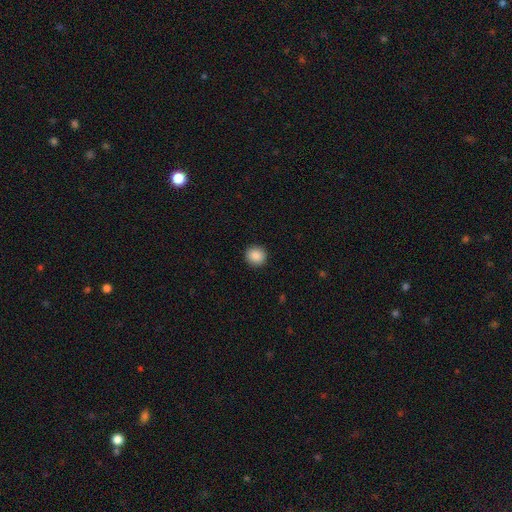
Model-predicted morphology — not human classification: smooth 88%, star or artifact 8%, featured or disk 3%. Down the decision tree: how rounded — round (91%); merging — none (92%).